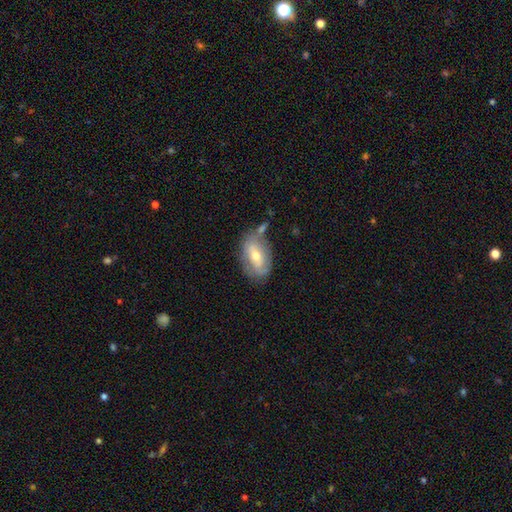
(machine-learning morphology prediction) This is possibly a featured or disk galaxy (50%). Merging: possibly none (56%).